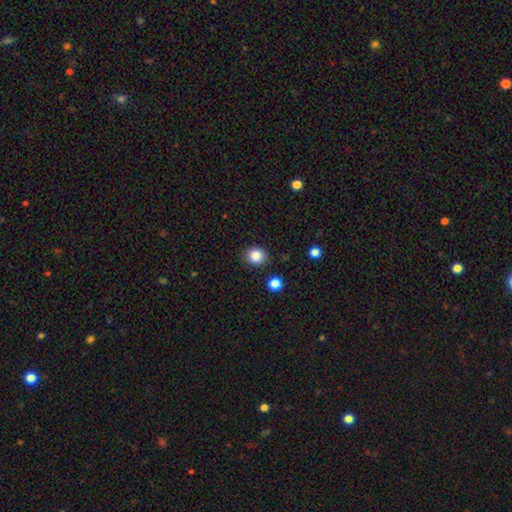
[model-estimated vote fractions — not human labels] Q: Smooth or featured?
A: smooth (84%); runner-up: star or artifact (10%)
Q: How rounded?
A: round (69%); runner-up: in between (30%)
Q: Merging?
A: none (87%); runner-up: minor disturbance (9%)